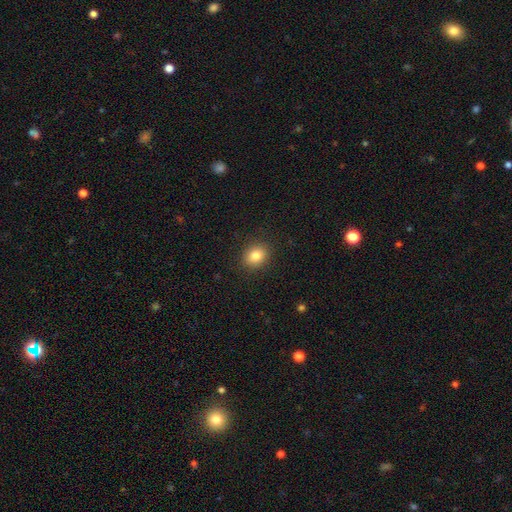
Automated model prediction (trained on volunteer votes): Smooth or featured? Predicted: smooth (p=0.83). How rounded? Predicted: round (p=0.54). Merging? Predicted: none (p=0.90).